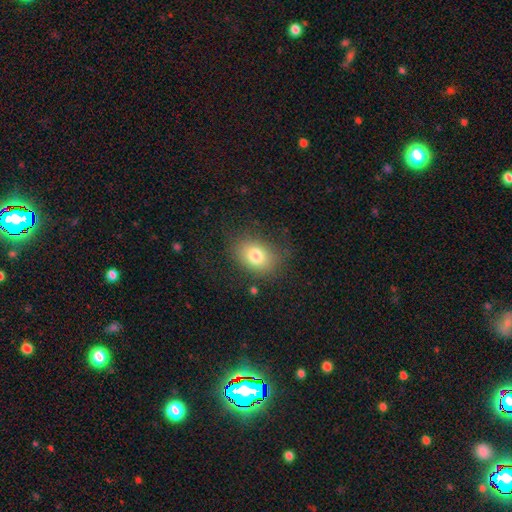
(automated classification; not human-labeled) smooth_or_featured: smooth (p=0.79) [alt: featured or disk p=0.11]
how_rounded: in between (p=0.66) [alt: round p=0.33]
merging: none (p=0.78) [alt: minor disturbance p=0.14]